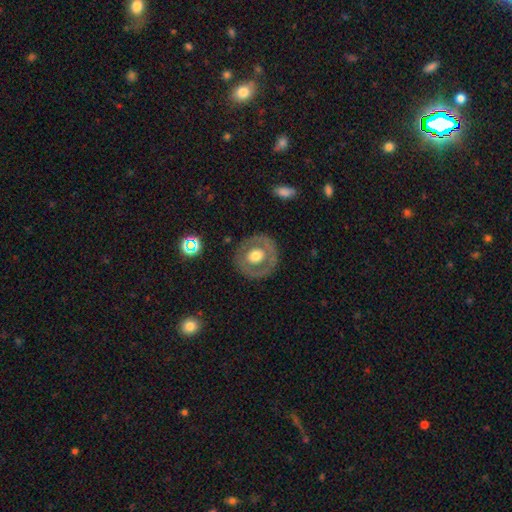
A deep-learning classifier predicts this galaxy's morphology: A featured or disk galaxy (50%).

Vote fractions:
- Smooth or featured? featured or disk: 50% / smooth: 44% / star or artifact: 6%
- Edge-on disk? no: 95% / yes: 5%
- Merging? none: 83% / minor disturbance: 10% / major disturbance: 5% / merger: 1%